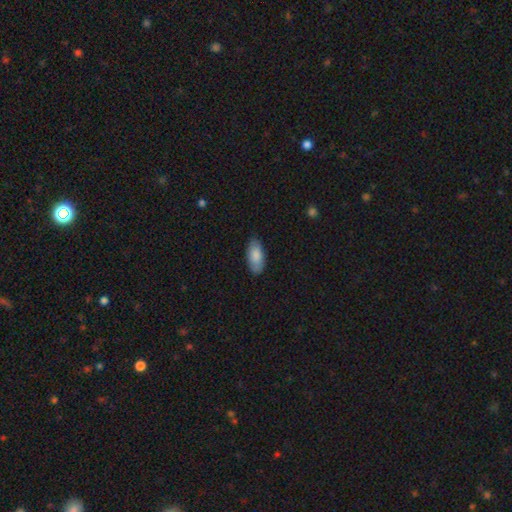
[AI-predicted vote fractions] Smooth or featured: smooth — 85% (featured or disk — 10%)
How rounded: in between — 90% (cigar-shaped — 8%)
Merging: none — 85% (minor disturbance — 12%)